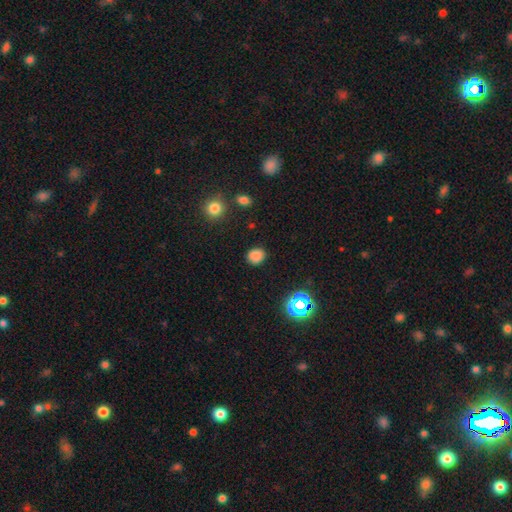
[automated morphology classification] A smooth galaxy with no disk features (80%) that is round (63%).

Vote fractions:
- Smooth or featured? smooth: 80% / star or artifact: 16% / featured or disk: 5%
- How rounded? round: 63% / in between: 36% / cigar-shaped: 1%
- Merging? none: 85% / minor disturbance: 11% / major disturbance: 3% / merger: 2%